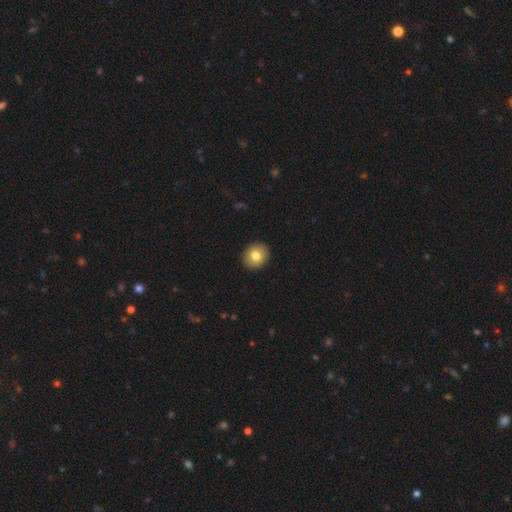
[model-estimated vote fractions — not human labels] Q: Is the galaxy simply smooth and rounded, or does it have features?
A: smooth — 80%.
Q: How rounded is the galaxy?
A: round — 72%.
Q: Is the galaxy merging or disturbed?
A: none — 92%.